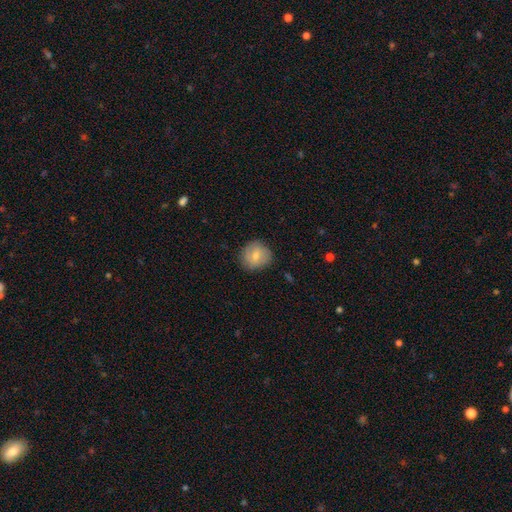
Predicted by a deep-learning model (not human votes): The model was most divided on "smooth or featured": smooth: 69%, featured or disk: 23%, star or artifact: 7%. More confident: how rounded — round (82%); merging — none (81%).